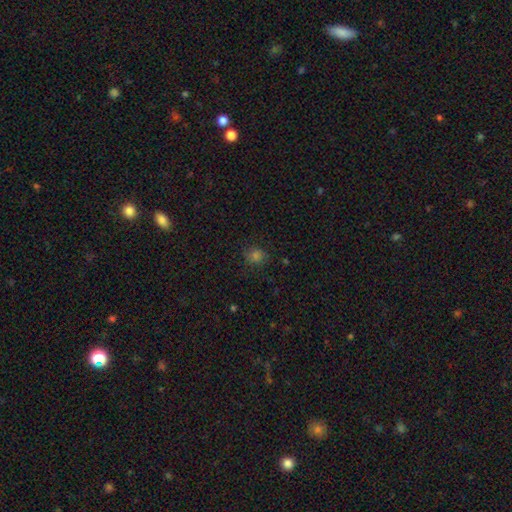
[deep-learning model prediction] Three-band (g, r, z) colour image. It shows a smooth galaxy with no disk features (70%) that is round (79%). Merging: none (83%).